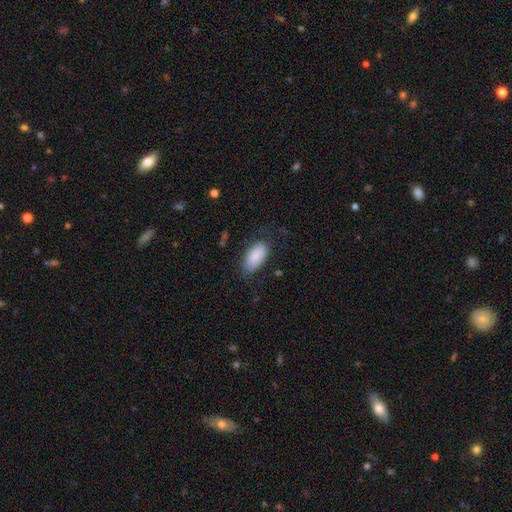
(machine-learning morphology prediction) type=smooth (81%); roundness=in between (94%); merging=none (63%).